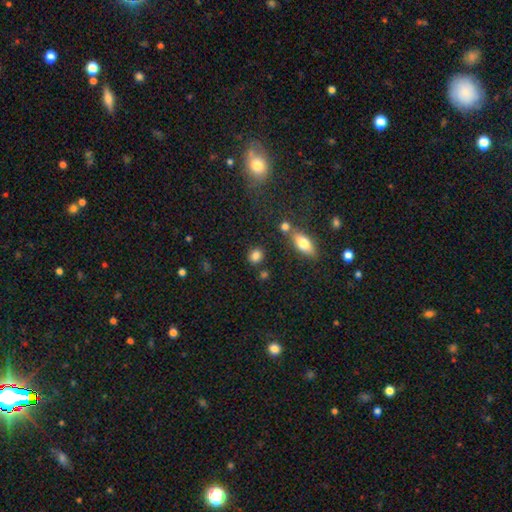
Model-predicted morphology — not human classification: smooth 83%, star or artifact 10%, featured or disk 6%. Down the decision tree: how rounded — round (57%); merging — none (79%).